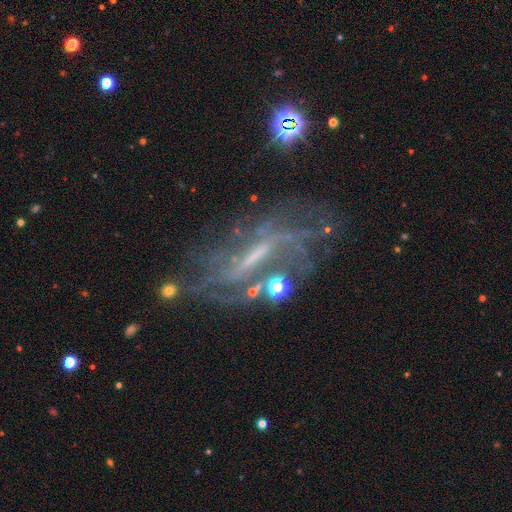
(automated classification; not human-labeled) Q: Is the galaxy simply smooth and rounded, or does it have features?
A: featured or disk — 76%.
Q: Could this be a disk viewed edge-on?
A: no — 82%.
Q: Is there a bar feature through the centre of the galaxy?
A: strong — 43%.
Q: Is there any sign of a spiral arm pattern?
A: yes — 74%.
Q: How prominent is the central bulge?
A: small — 43%.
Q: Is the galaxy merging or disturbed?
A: none — 55%.